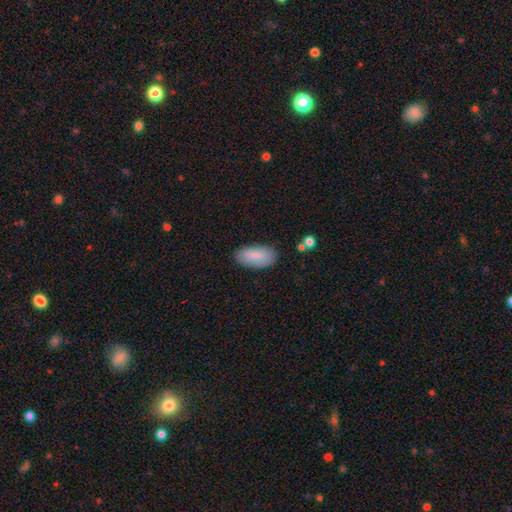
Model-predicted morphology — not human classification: Smooth or featured? smooth (84%)
How rounded? in between (90%)
Merging? none (83%)